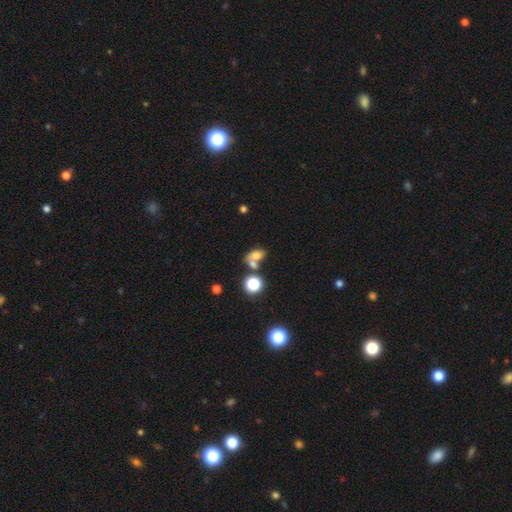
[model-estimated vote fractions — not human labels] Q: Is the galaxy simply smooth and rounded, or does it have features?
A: smooth — 64%.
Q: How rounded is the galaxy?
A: in between — 71%.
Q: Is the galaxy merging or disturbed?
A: merger — 46%.